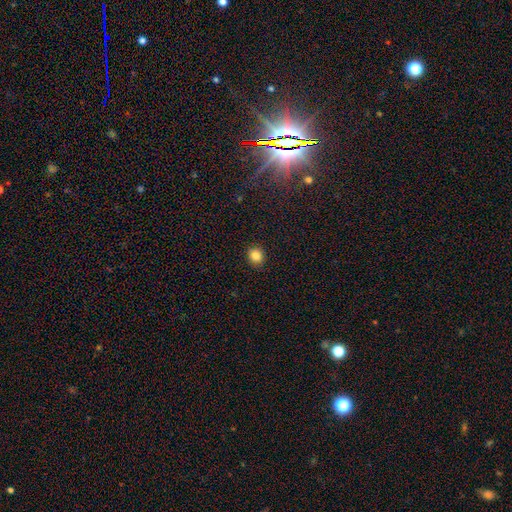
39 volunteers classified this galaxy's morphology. Smooth or featured? 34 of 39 (87%) said smooth. How rounded? 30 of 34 (88%) said round. Merging? 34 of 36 (94%) said none.